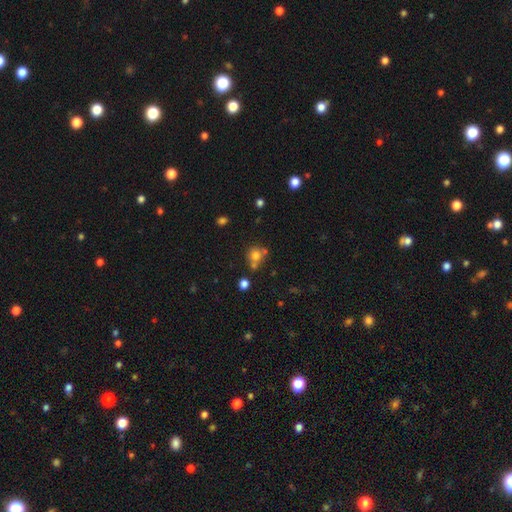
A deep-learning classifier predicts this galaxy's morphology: smooth_or_featured: smooth (p=0.72) [alt: star or artifact p=0.16]
how_rounded: round (p=0.84) [alt: in between p=0.15]
merging: none (p=0.54) [alt: merger p=0.29]